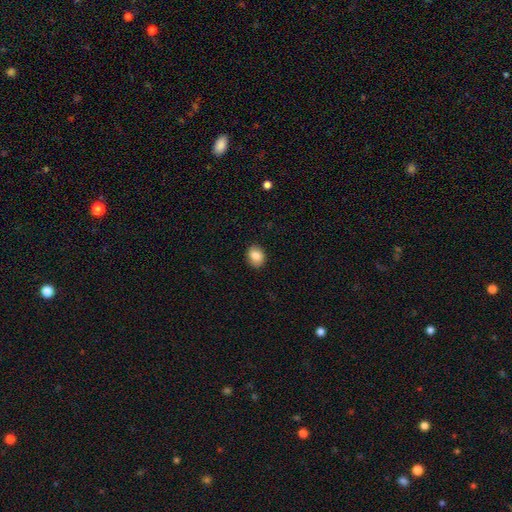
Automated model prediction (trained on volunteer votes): Overall: smooth (86%). How rounded: in between (54%; round 45%). Merging: none (87%).